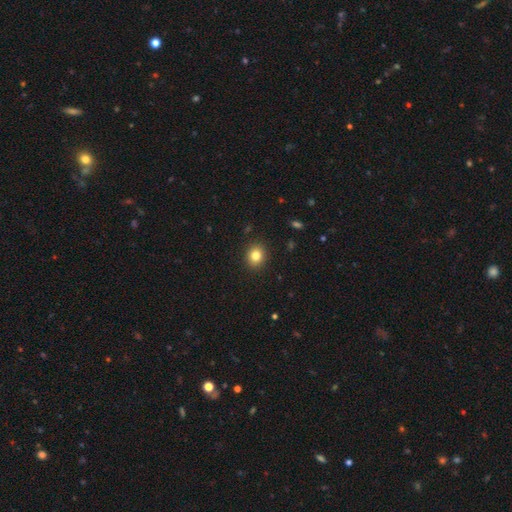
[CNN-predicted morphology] smooth-or-featured: smooth: 82% | star or artifact: 11% | featured or disk: 7%
  how-rounded: round: 72% | in between: 27% | cigar-shaped: 1%
  merging: none: 91% | minor disturbance: 6% | major disturbance: 2% | merger: 1%